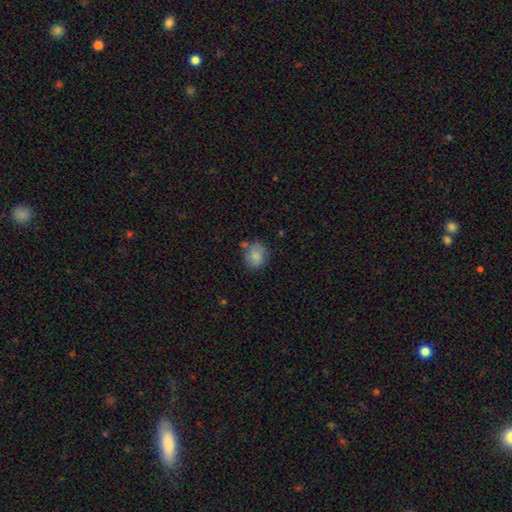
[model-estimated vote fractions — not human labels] smooth_or_featured: smooth (p=0.81) [alt: featured or disk p=0.11]
how_rounded: round (p=0.72) [alt: in between p=0.27]
merging: none (p=0.69) [alt: minor disturbance p=0.18]